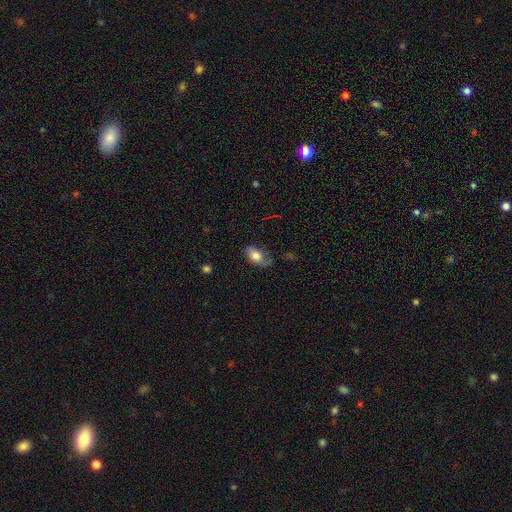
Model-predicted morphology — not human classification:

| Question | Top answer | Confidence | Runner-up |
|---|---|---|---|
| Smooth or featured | smooth | 75% | featured or disk (18%) |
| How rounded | in between | 91% | round (6%) |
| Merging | none | 63% | minor disturbance (27%) |